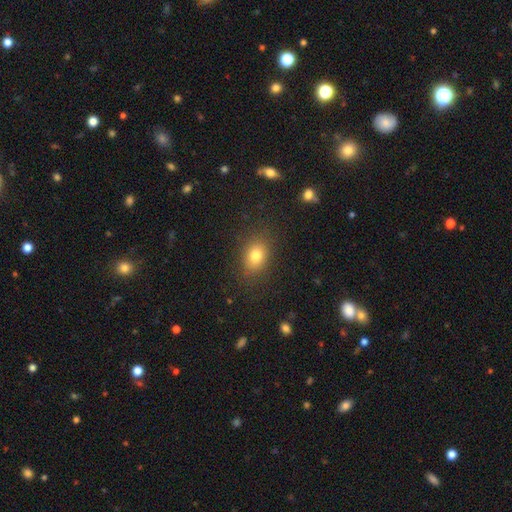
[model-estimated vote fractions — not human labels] A smooth galaxy with no disk features (79%) that is in between round and cigar-shaped (67%).

Vote fractions:
- Smooth or featured? smooth: 79% / star or artifact: 12% / featured or disk: 9%
- How rounded? in between: 67% / round: 31% / cigar-shaped: 1%
- Merging? none: 84% / minor disturbance: 11% / major disturbance: 4% / merger: 1%